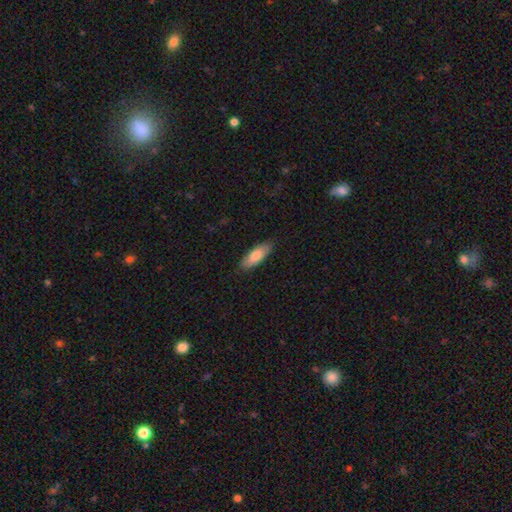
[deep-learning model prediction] Overall: smooth (82%). How rounded: in between (67%; cigar-shaped 32%). Merging: none (84%).